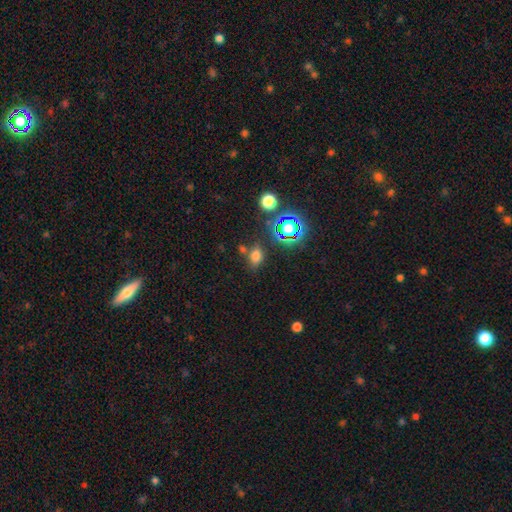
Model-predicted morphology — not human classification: type=smooth (67%); roundness=in between (71%); merging=none (70%).